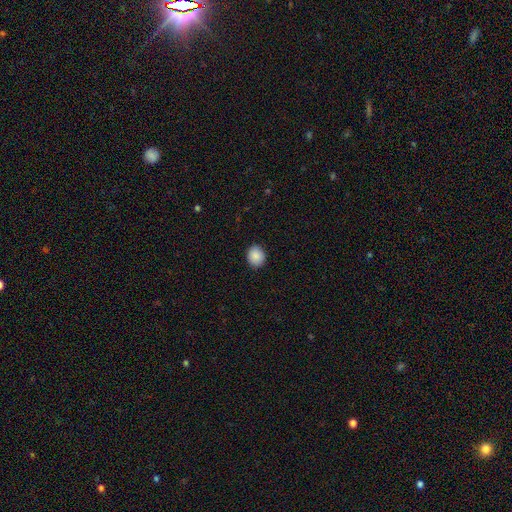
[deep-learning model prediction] Smooth or featured? smooth (89%)
How rounded? round (64%)
Merging? none (90%)